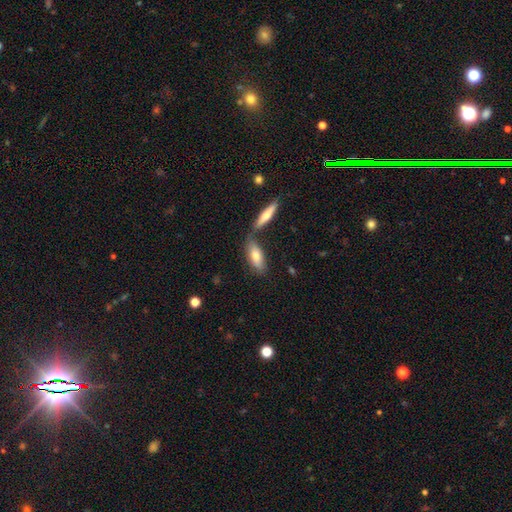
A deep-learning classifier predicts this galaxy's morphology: smooth-or-featured: smooth: 71% | featured or disk: 23% | star or artifact: 6%
  how-rounded: in between: 67% | cigar-shaped: 31% | round: 2%
  merging: none: 60% | merger: 23% | minor disturbance: 14% | major disturbance: 4%